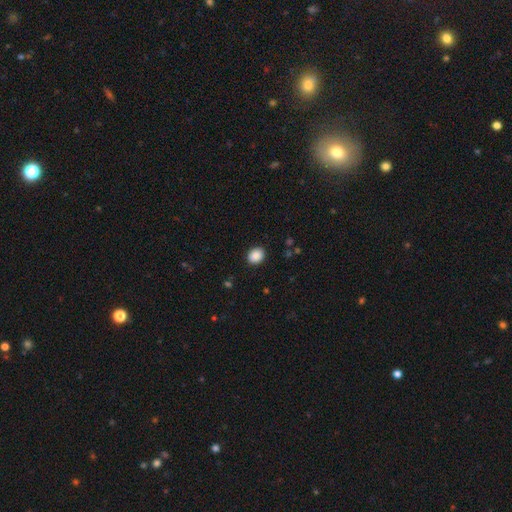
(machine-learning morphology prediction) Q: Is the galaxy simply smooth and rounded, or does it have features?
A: smooth — 89%.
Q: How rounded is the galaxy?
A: round — 59%.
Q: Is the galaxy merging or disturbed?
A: none — 90%.